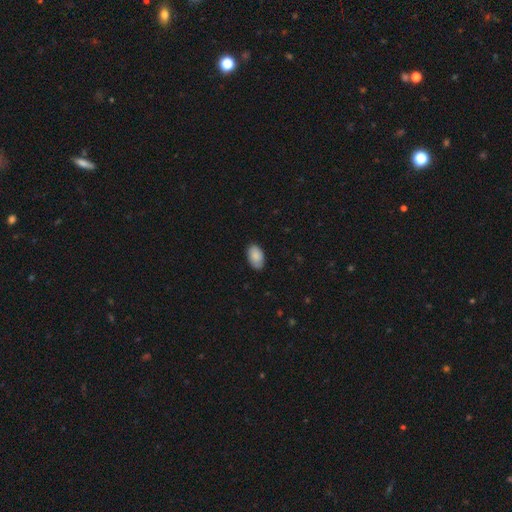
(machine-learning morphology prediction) A smooth galaxy with no disk features (88%) that is in between round and cigar-shaped (93%). Merging: none (82%).